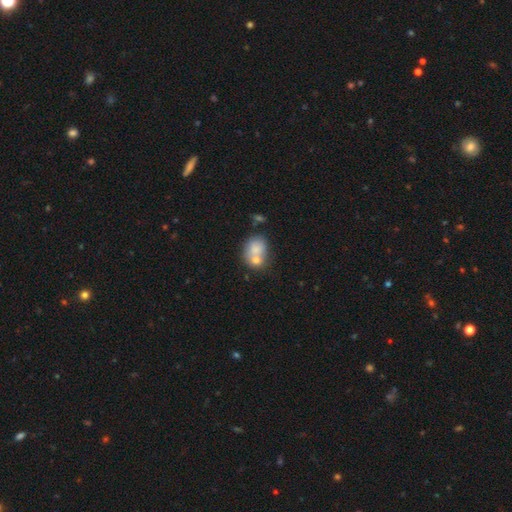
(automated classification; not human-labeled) smooth 72%, featured or disk 19%, star or artifact 9%. Down the decision tree: how rounded — round (52%); merging — merger (46%).